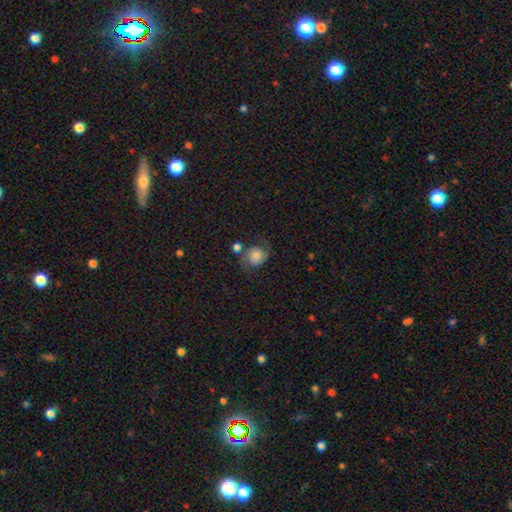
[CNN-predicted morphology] A featured or disk galaxy (55%) with no bar (76%), spiral arms (93%) and a small central bulge (26%). Merging: none (61%).